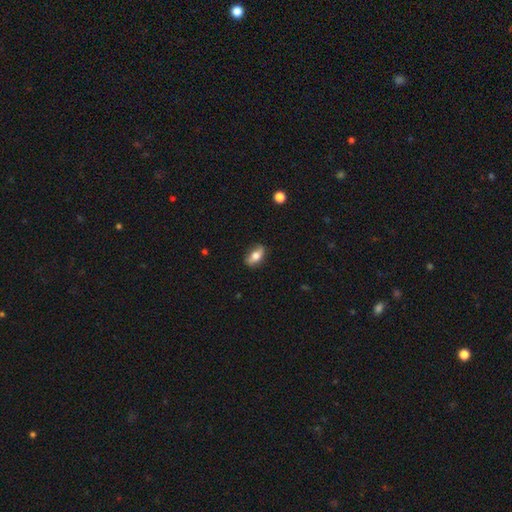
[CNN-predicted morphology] A smooth galaxy with no disk features (61%) that is in between round and cigar-shaped (81%).

Vote fractions:
- Smooth or featured? smooth: 61% / featured or disk: 31% / star or artifact: 7%
- How rounded? in between: 81% / cigar-shaped: 12% / round: 8%
- Merging? none: 80% / minor disturbance: 16% / major disturbance: 3% / merger: 1%